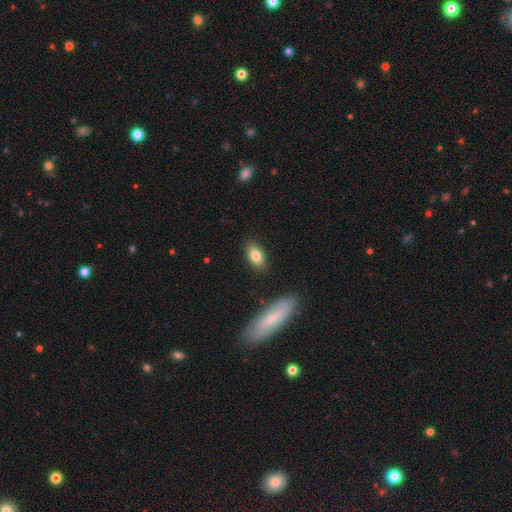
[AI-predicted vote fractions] A smooth galaxy with no disk features (81%) that is in between round and cigar-shaped (86%). Merging: none (85%).